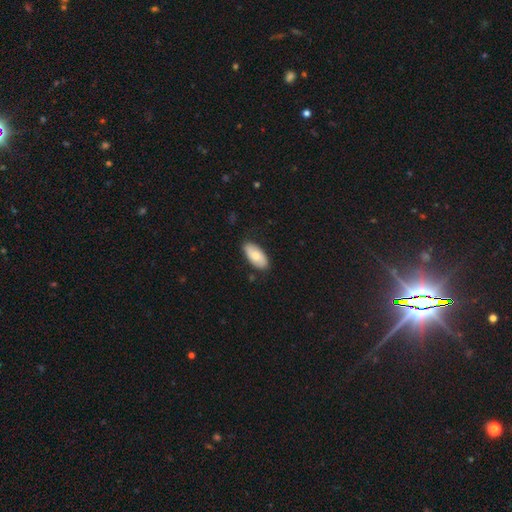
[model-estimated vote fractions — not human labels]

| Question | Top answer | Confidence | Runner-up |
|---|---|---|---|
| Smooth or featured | smooth | 71% | featured or disk (23%) |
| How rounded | in between | 93% | cigar-shaped (4%) |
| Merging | none | 81% | minor disturbance (15%) |